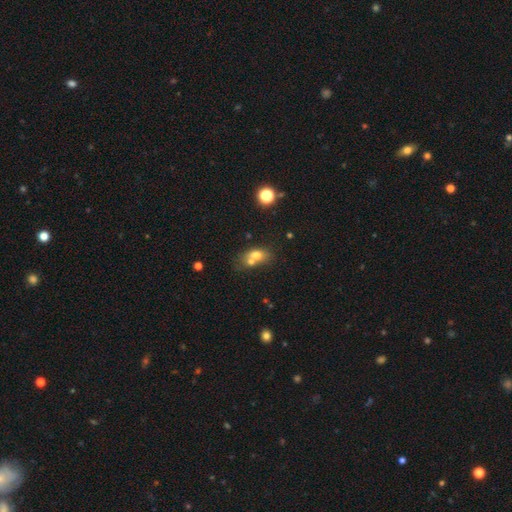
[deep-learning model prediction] The model was most divided on "merging": merger: 53%, none: 31%, minor disturbance: 10%, major disturbance: 5%. More confident: smooth or featured — smooth (67%); how rounded — in between (66%).